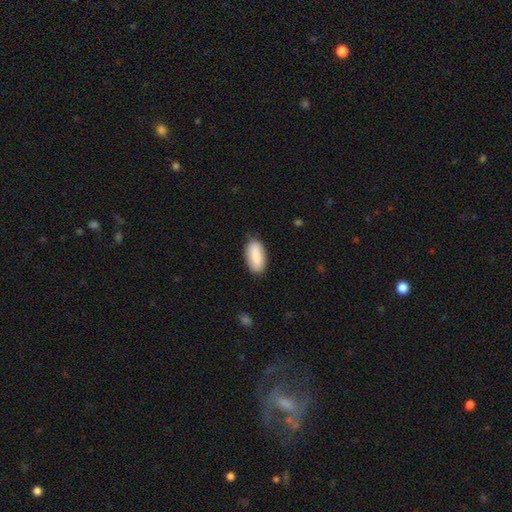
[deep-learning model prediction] This appears to be a smooth galaxy with no disk features (83%) that is in between round and cigar-shaped (91%). Merging: none (84%).